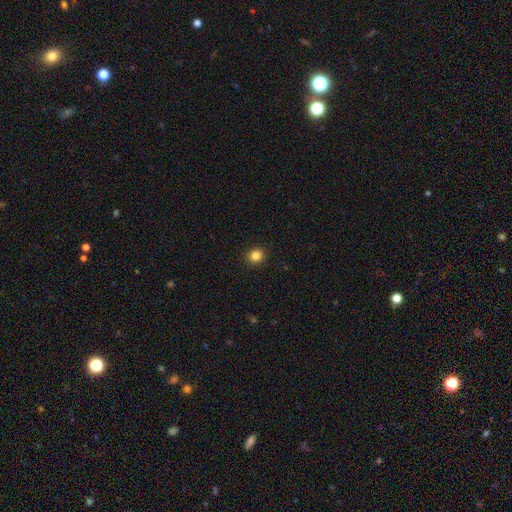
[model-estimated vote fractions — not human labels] This is clearly a smooth galaxy (85%). How rounded: clearly round (88%). Merging: clearly none (92%).